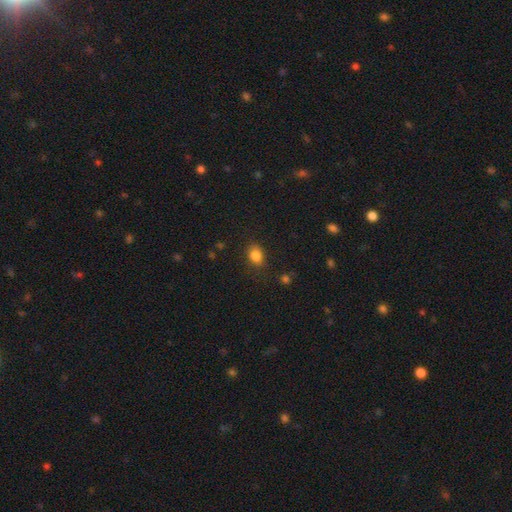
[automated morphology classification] Smooth or featured? Predicted: smooth (p=0.83). How rounded? Predicted: in between (p=0.63). Merging? Predicted: none (p=0.80).